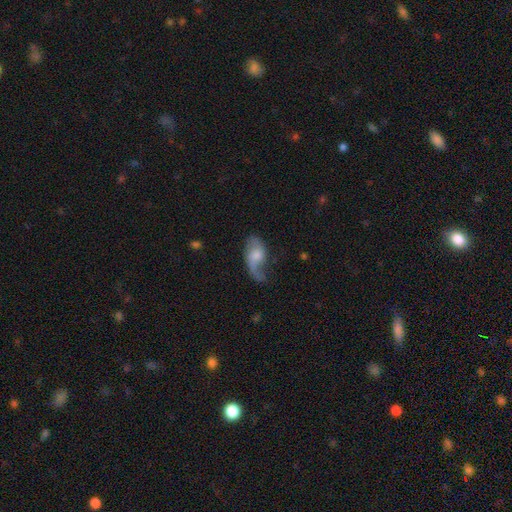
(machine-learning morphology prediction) A featured or disk galaxy (62%) with no bar (61%), 2 (58%) loose (73%) spiral arms (87%) and a moderate central bulge (47%). Merging: none (40%).